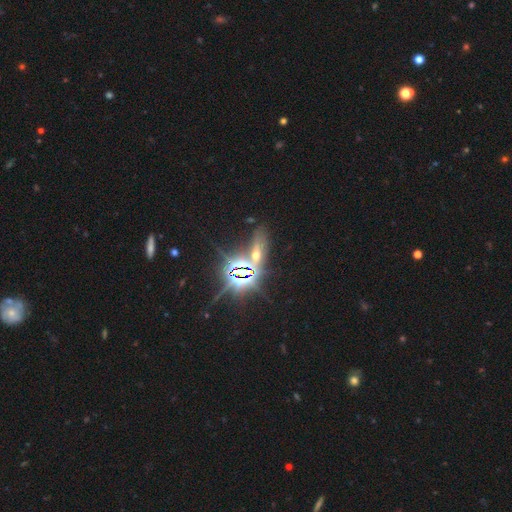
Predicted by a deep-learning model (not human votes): Morphology: type=star or artifact (61%).